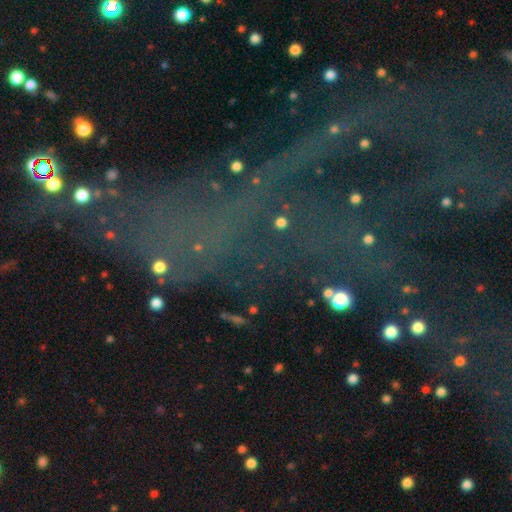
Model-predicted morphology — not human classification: type=star or artifact (70%).